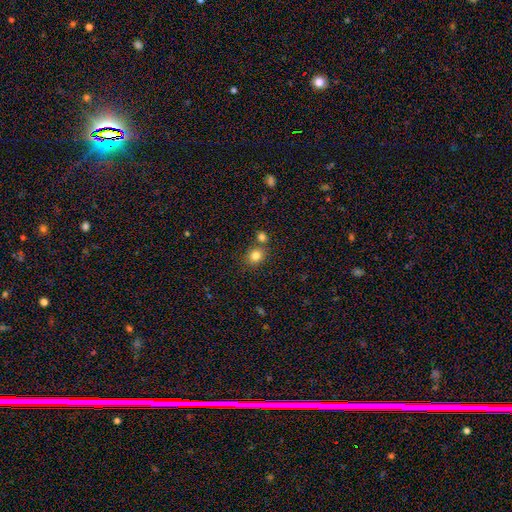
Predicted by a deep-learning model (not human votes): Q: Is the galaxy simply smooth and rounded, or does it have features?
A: smooth — 82%.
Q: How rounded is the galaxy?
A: round — 70%.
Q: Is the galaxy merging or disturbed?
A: none — 67%.